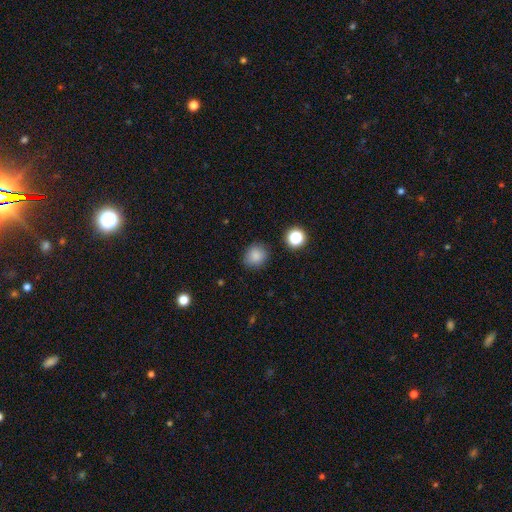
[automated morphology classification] Smooth or featured? smooth (84%)
How rounded? round (81%)
Merging? none (84%)